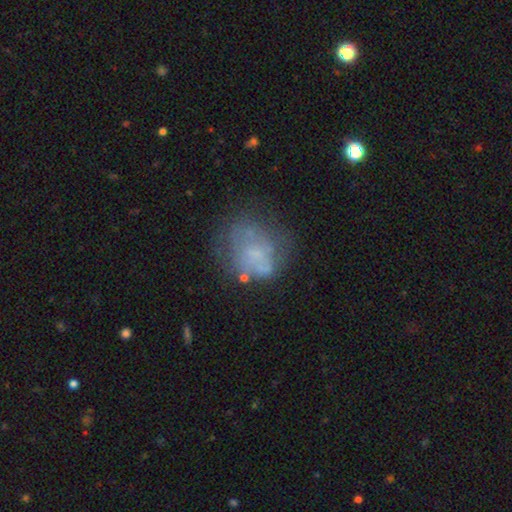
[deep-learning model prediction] Smooth or featured? featured or disk (45%)
Merging? none (48%)